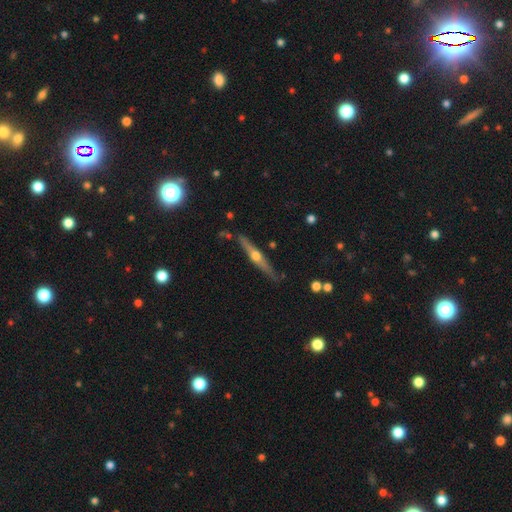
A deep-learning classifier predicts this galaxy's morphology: Q: Smooth or featured?
A: featured or disk (75%); runner-up: smooth (20%)
Q: Edge-on disk?
A: yes (97%); runner-up: no (3%)
Q: Edge-on bulge?
A: rounded (94%); runner-up: none (3%)
Q: Merging?
A: none (83%); runner-up: minor disturbance (12%)